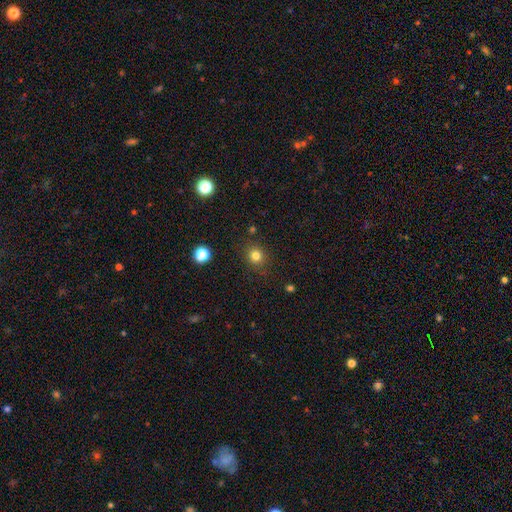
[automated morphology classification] Overall: smooth (80%). How rounded: round (87%). Merging: none (88%).